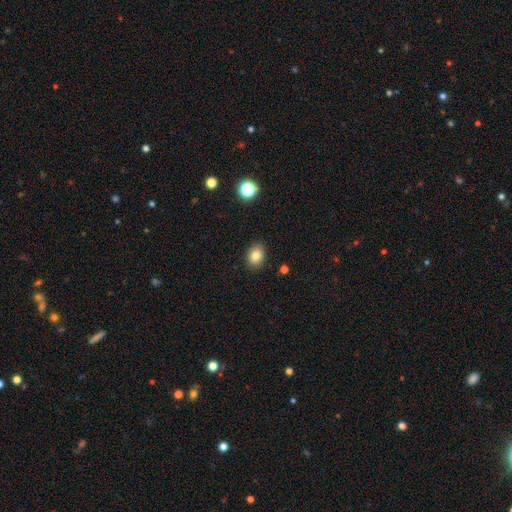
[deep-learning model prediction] Smooth or featured?
  - smooth: 81% *
  - star or artifact: 10%
  - featured or disk: 9%
How rounded?
  - in between: 68% *
  - round: 31%
  - cigar-shaped: 1%
Merging?
  - none: 87% *
  - minor disturbance: 9%
  - major disturbance: 2%
  - merger: 1%